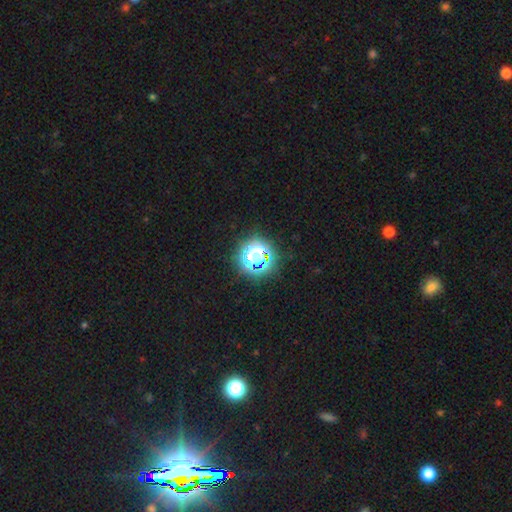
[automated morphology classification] Smooth or featured: star or artifact — 58% (smooth — 30%)